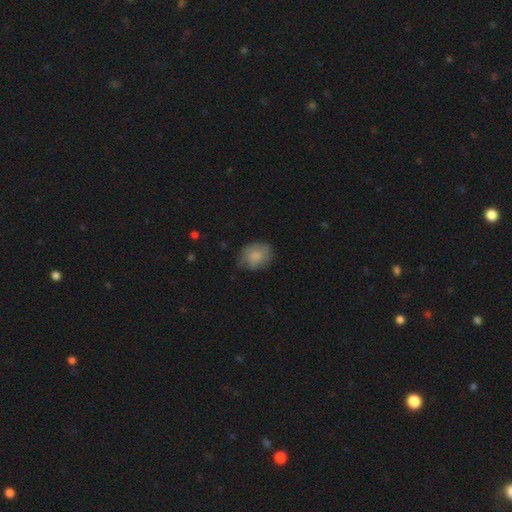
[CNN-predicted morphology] The model was most divided on "how rounded": round: 51%, in between: 48%, cigar-shaped: 1%. More confident: smooth or featured — smooth (81%); merging — none (67%).